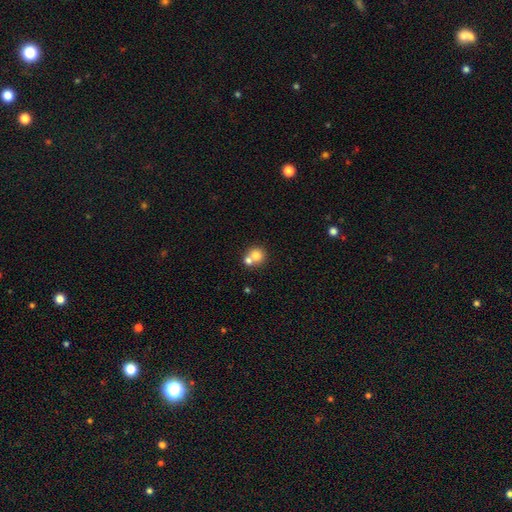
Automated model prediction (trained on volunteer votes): Smooth or featured? smooth (78%)
How rounded? round (86%)
Merging? merger (46%)